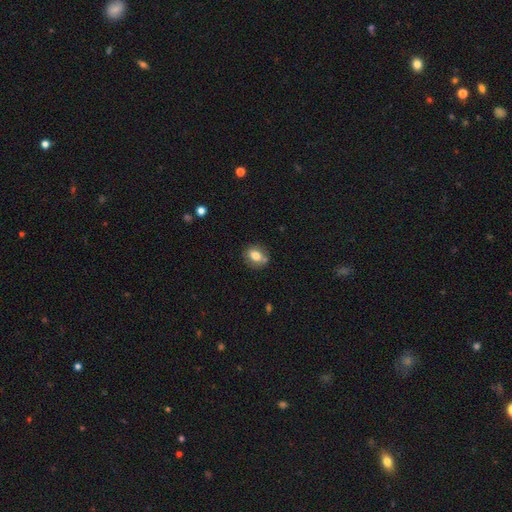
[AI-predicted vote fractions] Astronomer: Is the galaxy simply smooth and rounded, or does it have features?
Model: smooth — 76%.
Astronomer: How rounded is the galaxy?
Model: in between — 57% (runner-up: round, 42%).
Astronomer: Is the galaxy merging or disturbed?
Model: none — 71%.